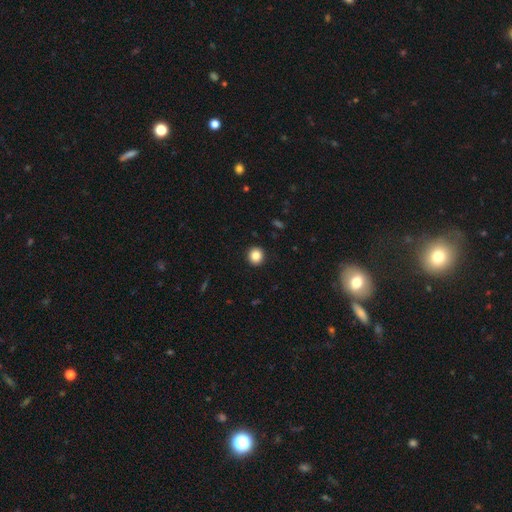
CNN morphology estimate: This is clearly a smooth galaxy (86%). How rounded: clearly round (88%). Merging: clearly none (92%).